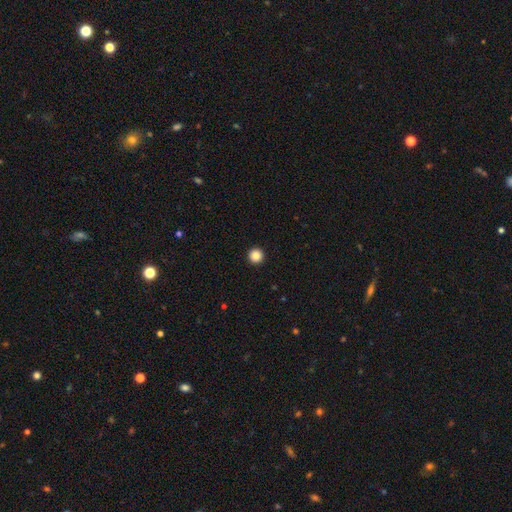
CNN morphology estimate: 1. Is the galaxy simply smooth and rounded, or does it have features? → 87% smooth, 10% star or artifact, 3% featured or disk.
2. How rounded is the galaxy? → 97% round, 2% in between, 1% cigar-shaped.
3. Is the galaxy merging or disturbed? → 94% none, 3% minor disturbance, 1% major disturbance, 1% merger.